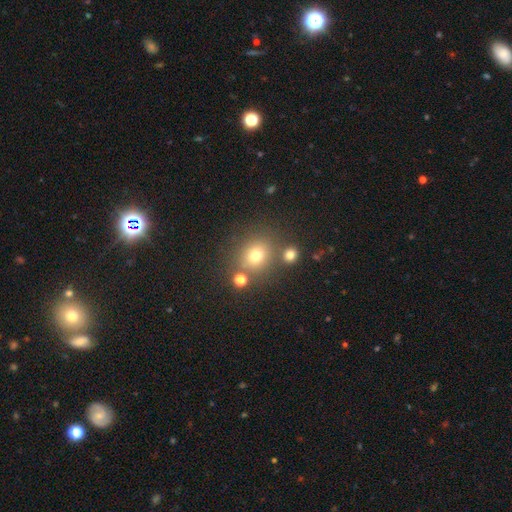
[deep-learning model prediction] A smooth galaxy with no disk features (72%) that is round (78%).

Vote fractions:
- Smooth or featured? smooth: 72% / star or artifact: 18% / featured or disk: 10%
- How rounded? round: 78% / in between: 21% / cigar-shaped: 1%
- Merging? none: 74% / merger: 12% / minor disturbance: 10% / major disturbance: 4%